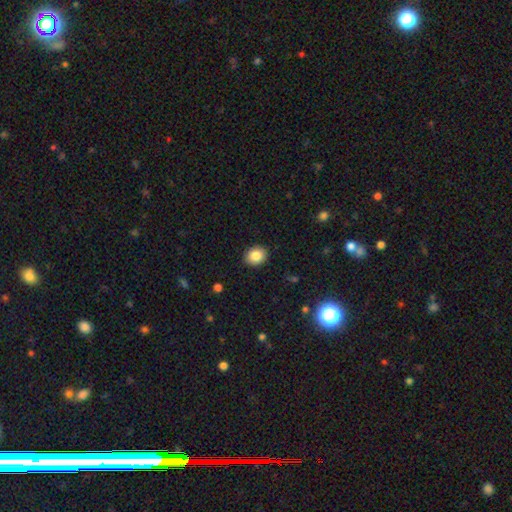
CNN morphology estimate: A smooth galaxy with no disk features (85%) that is round (55%). Merging: none (90%).